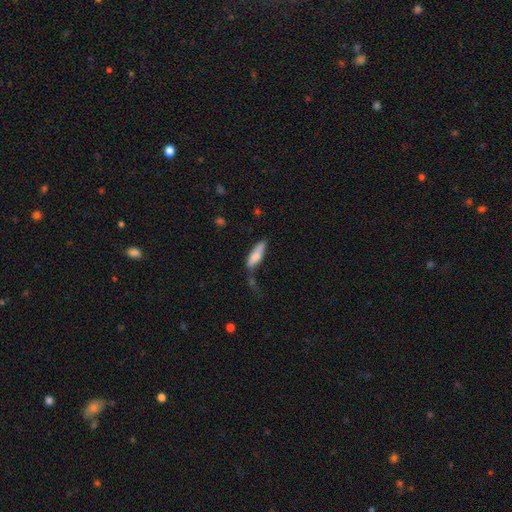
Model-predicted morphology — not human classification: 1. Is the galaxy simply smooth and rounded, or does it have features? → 75% smooth, 18% featured or disk, 7% star or artifact.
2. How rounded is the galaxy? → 51% cigar-shaped, 47% in between, 2% round.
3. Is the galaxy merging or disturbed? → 40% none, 30% minor disturbance, 20% major disturbance, 11% merger.